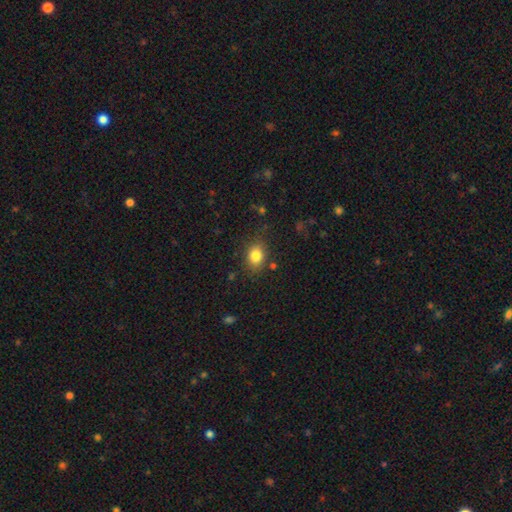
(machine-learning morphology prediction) A smooth galaxy with no disk features (83%) that is in between round and cigar-shaped (61%).

Vote fractions:
- Smooth or featured? smooth: 83% / star or artifact: 10% / featured or disk: 7%
- How rounded? in between: 61% / round: 38% / cigar-shaped: 1%
- Merging? none: 80% / minor disturbance: 13% / major disturbance: 4% / merger: 2%